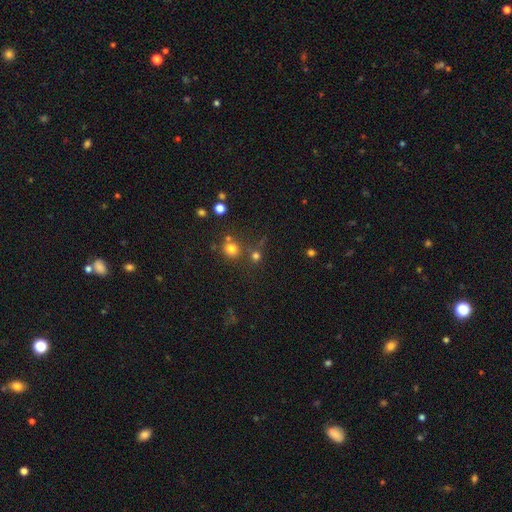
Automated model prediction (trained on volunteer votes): Morphology: type=smooth (70%); roundness=round (89%); merging=none (68%).